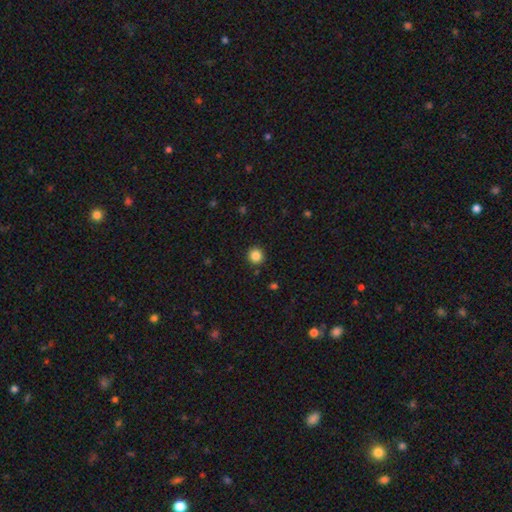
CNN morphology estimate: A smooth galaxy with no disk features (86%) that is round (95%).

Vote fractions:
- Smooth or featured? smooth: 86% / star or artifact: 11% / featured or disk: 4%
- How rounded? round: 95% / in between: 4% / cigar-shaped: 1%
- Merging? none: 92% / minor disturbance: 5% / major disturbance: 2% / merger: 1%